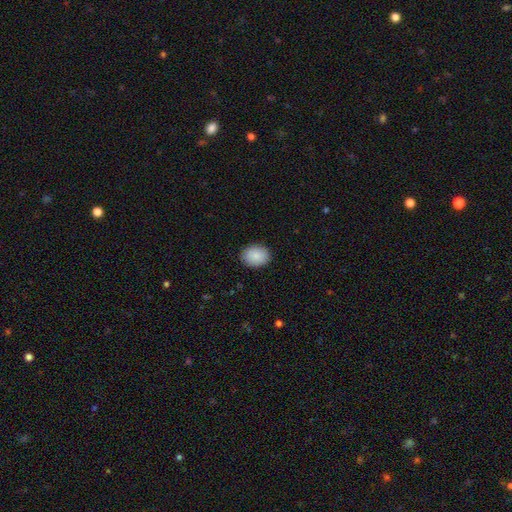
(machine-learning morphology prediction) The model was most divided on "how rounded": in between: 62%, round: 37%, cigar-shaped: 1%. More confident: smooth or featured — smooth (89%); merging — none (89%).